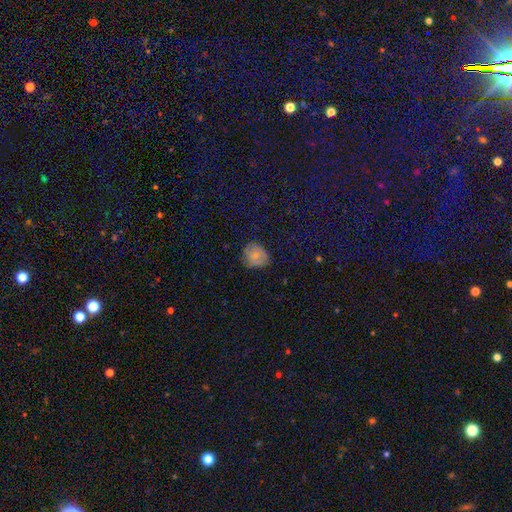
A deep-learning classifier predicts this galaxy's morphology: A smooth galaxy with no disk features (72%) that is round (65%).

Vote fractions:
- Smooth or featured? smooth: 72% / featured or disk: 17% / star or artifact: 11%
- How rounded? round: 65% / in between: 34% / cigar-shaped: 1%
- Merging? none: 69% / minor disturbance: 24% / major disturbance: 6% / merger: 1%